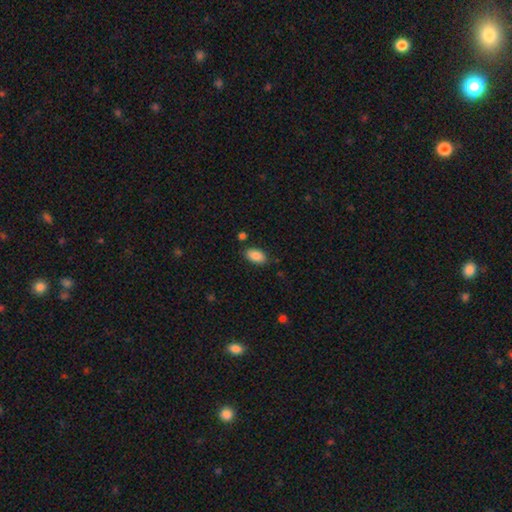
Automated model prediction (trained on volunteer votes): Smooth or featured?
  - smooth: 86% *
  - star or artifact: 7%
  - featured or disk: 7%
How rounded?
  - in between: 94% *
  - round: 4%
  - cigar-shaped: 2%
Merging?
  - none: 84% *
  - minor disturbance: 11%
  - merger: 3%
  - major disturbance: 2%